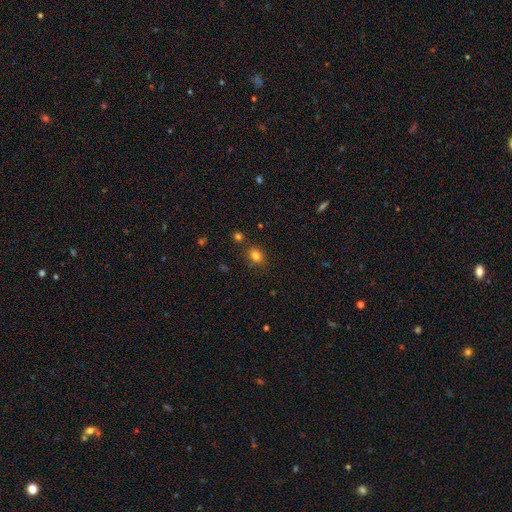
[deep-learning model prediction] smooth 79%, star or artifact 14%, featured or disk 7%. Down the decision tree: how rounded — in between (59%); merging — none (77%).